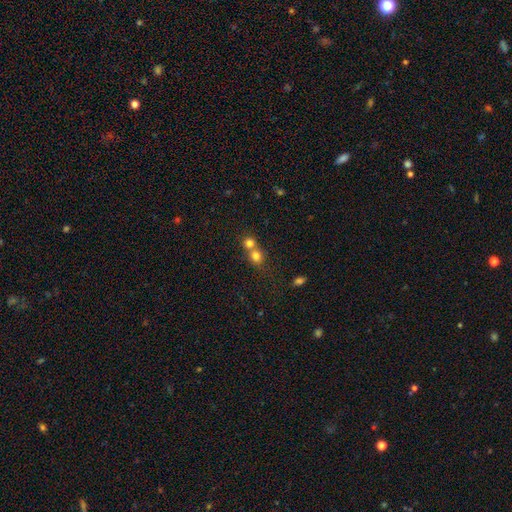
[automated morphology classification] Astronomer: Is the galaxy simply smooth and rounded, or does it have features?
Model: smooth — 75%.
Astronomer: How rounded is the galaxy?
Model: round — 81%.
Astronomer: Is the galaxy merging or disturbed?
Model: merger — 58% (runner-up: none, 35%).